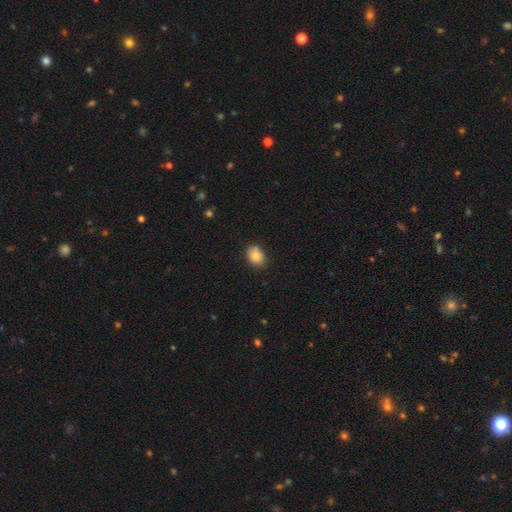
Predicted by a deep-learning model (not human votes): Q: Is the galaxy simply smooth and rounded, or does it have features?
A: smooth — 83%.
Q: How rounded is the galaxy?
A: in between — 68%.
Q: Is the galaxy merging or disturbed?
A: none — 77%.